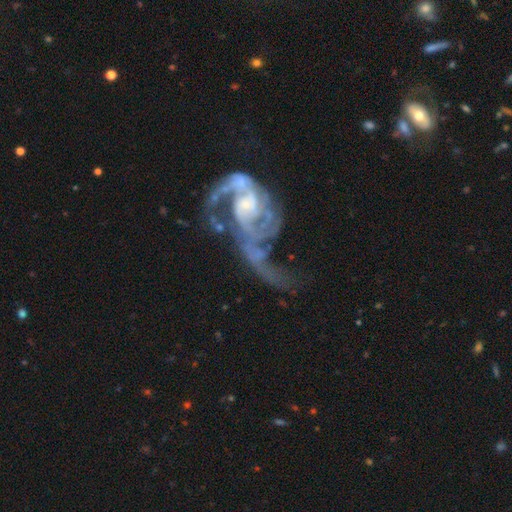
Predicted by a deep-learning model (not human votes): smooth_or_featured: featured or disk (p=0.88) [alt: star or artifact p=0.07]
disk_edge_on: no (p=0.98) [alt: yes p=0.02]
bar: no (p=0.58) [alt: weak p=0.33]
has_spiral_arms: yes (p=0.93) [alt: no p=0.07]
spiral_winding: medium (p=0.44) [alt: loose p=0.33]
spiral_arm_count: 2 (p=0.44) [alt: can't tell p=0.17]
bulge_size: small (p=0.54) [alt: moderate p=0.26]
merging: major disturbance (p=0.48) [alt: none p=0.24]